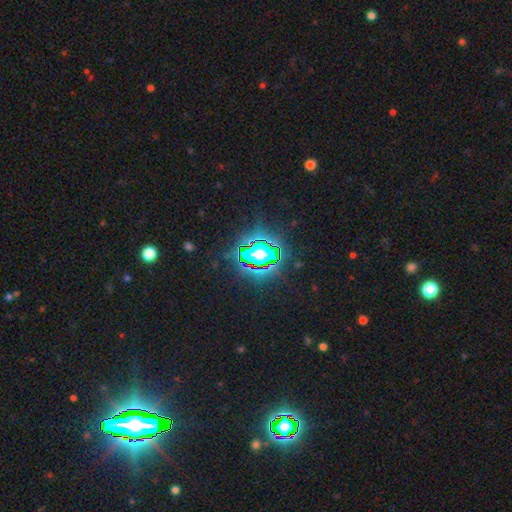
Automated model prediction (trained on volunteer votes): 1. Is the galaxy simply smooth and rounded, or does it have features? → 84% star or artifact, 9% smooth, 7% featured or disk.